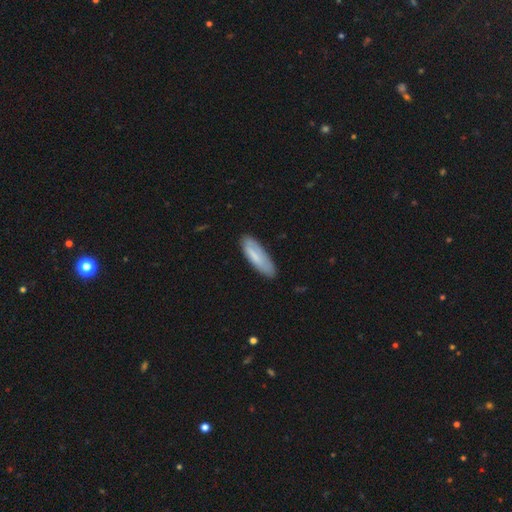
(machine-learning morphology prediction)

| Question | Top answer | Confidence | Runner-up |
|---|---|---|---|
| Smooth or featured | smooth | 73% | featured or disk (21%) |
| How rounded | cigar-shaped | 51% | in between (47%) |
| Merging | none | 76% | minor disturbance (19%) |